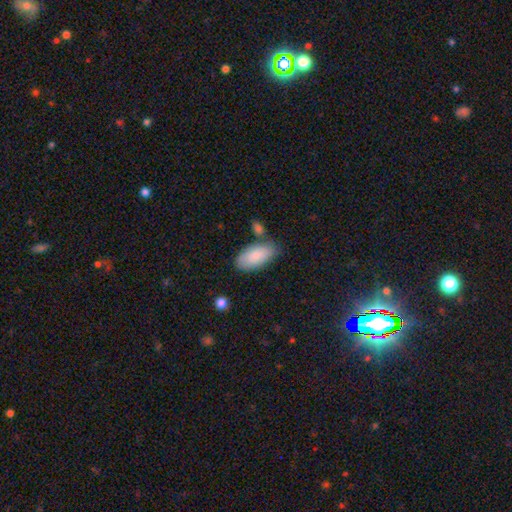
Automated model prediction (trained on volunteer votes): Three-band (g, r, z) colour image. It shows a smooth galaxy with no disk features (85%) that is in between round and cigar-shaped (93%). Merging: none (67%).